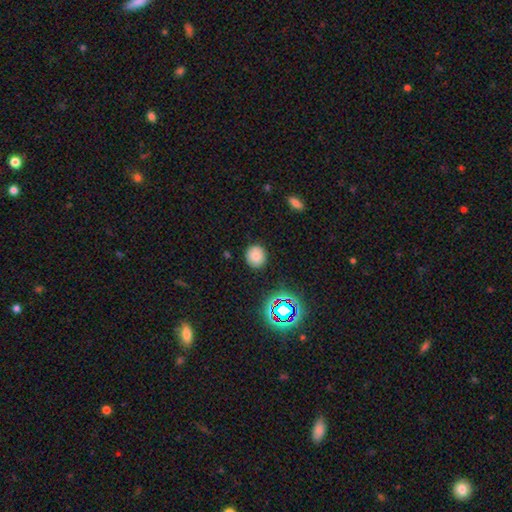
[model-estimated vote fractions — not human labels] Overall: smooth (77%). How rounded: round (87%). Merging: none (87%).